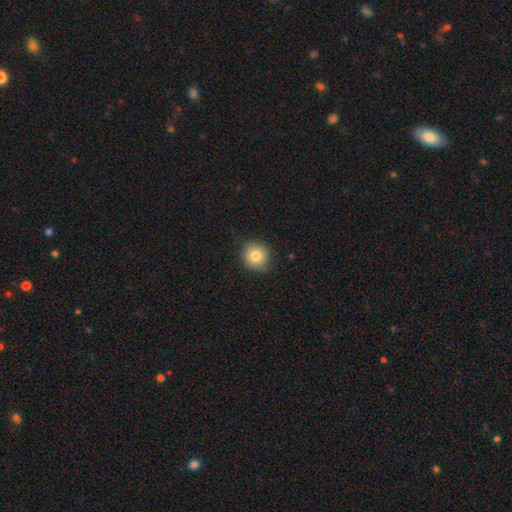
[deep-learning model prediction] Smooth or featured: smooth — 79% (featured or disk — 11%)
How rounded: round — 88% (in between — 11%)
Merging: none — 82% (minor disturbance — 14%)